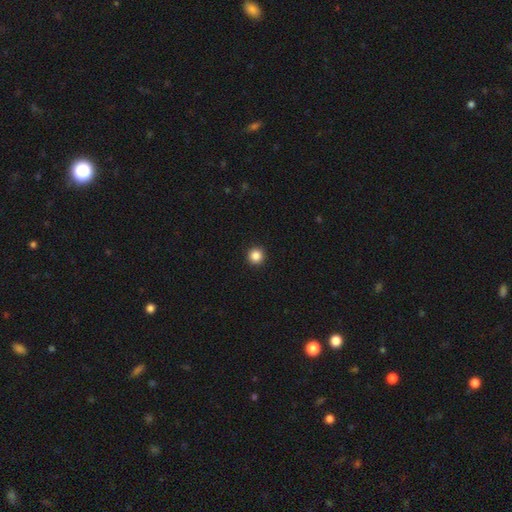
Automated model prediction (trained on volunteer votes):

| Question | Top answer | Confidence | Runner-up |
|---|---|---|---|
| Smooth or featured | smooth | 86% | star or artifact (11%) |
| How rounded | round | 96% | in between (3%) |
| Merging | none | 94% | minor disturbance (4%) |